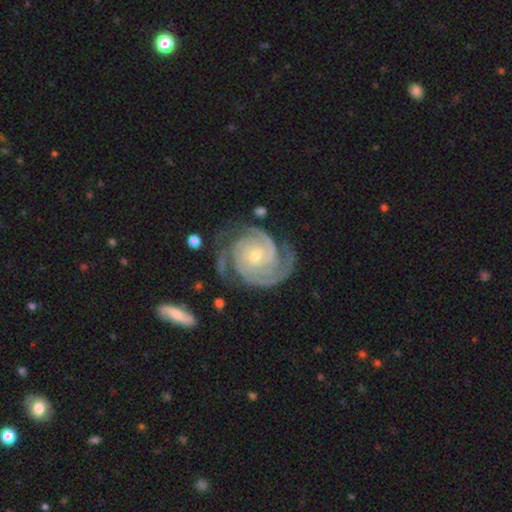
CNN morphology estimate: This appears to be a featured or disk galaxy (93%) with no bar (70%), 2 (35%) tight (80%) spiral arms (99%) and a small central bulge (61%). Merging: none (71%).